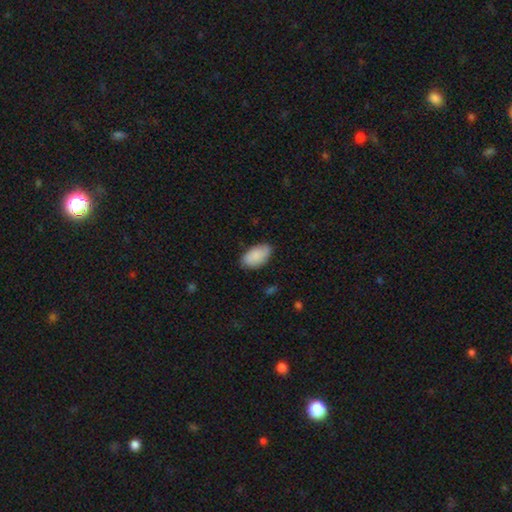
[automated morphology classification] smooth_or_featured: smooth (p=0.86) [alt: featured or disk p=0.08]
how_rounded: in between (p=0.95) [alt: round p=0.03]
merging: none (p=0.77) [alt: minor disturbance p=0.19]